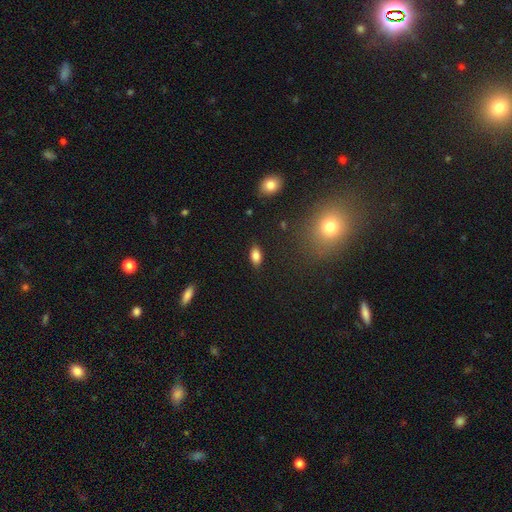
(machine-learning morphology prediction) This appears to be a smooth galaxy with no disk features (84%) that is in between round and cigar-shaped (89%). Merging: none (86%).